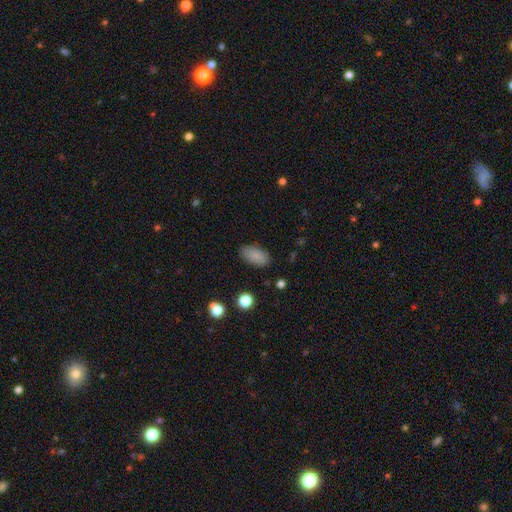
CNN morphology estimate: smooth_or_featured: smooth (p=0.86) [alt: star or artifact p=0.08]
how_rounded: in between (p=0.93) [alt: cigar-shaped p=0.04]
merging: none (p=0.85) [alt: minor disturbance p=0.11]